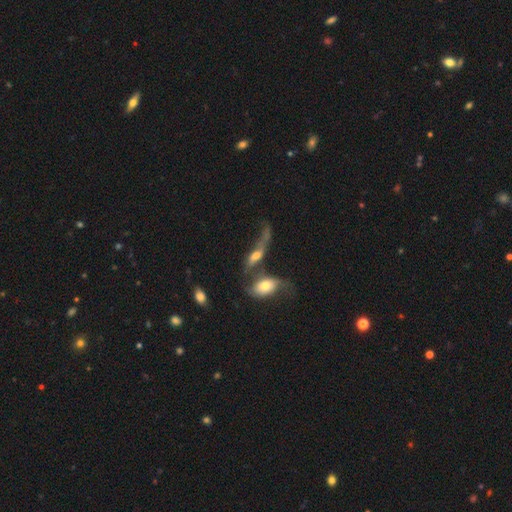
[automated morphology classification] Overall: featured or disk (49%; smooth 41%). Merging: merger (55%; major disturbance 20%).